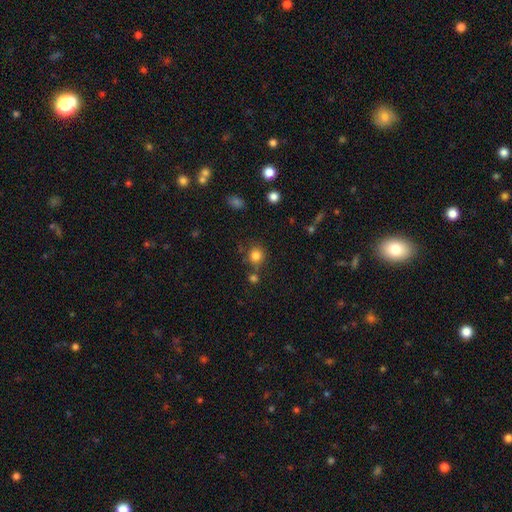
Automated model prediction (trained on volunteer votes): smooth-or-featured: smooth: 82% | star or artifact: 12% | featured or disk: 6%
  how-rounded: round: 88% | in between: 11% | cigar-shaped: 1%
  merging: none: 71% | merger: 13% | minor disturbance: 11% | major disturbance: 4%